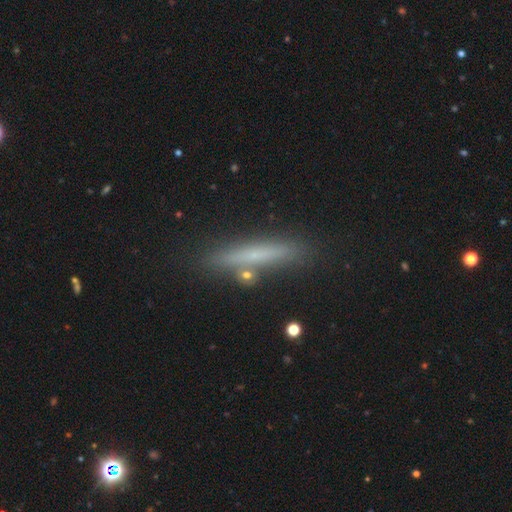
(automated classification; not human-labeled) Smooth or featured?
  - smooth: 51% *
  - featured or disk: 40%
  - star or artifact: 9%
How rounded?
  - cigar-shaped: 93% *
  - in between: 5%
  - round: 2%
Merging?
  - none: 84% *
  - minor disturbance: 10%
  - merger: 4%
  - major disturbance: 2%